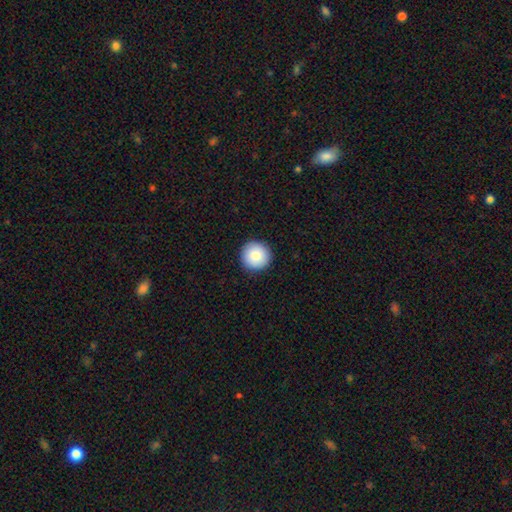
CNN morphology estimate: Smooth or featured? Predicted: smooth (p=0.85). How rounded? Predicted: round (p=0.96). Merging? Predicted: none (p=0.92).